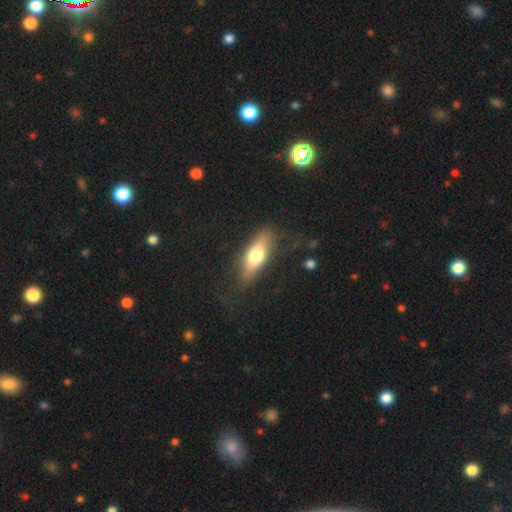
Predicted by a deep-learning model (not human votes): Morphology: type=smooth (64%); roundness=in between (64%); merging=none (75%).